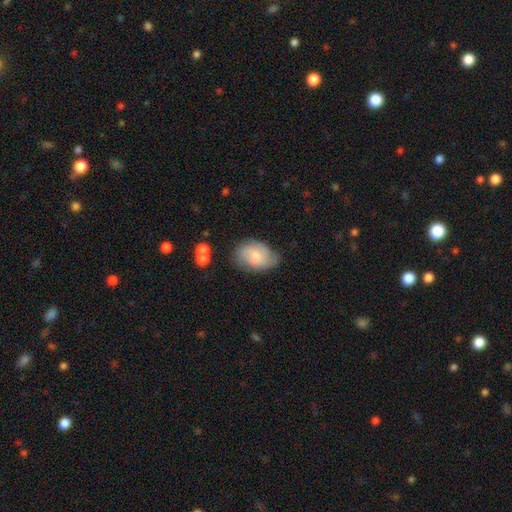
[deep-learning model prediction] The model was most divided on "smooth or featured": smooth: 58%, featured or disk: 35%, star or artifact: 8%. More confident: how rounded — in between (81%); merging — none (59%).